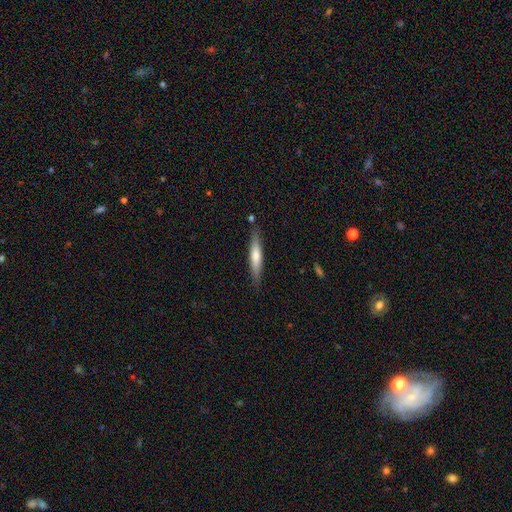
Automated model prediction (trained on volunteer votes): The model was most divided on "smooth or featured": smooth: 53%, featured or disk: 41%, star or artifact: 6%. More confident: how rounded — cigar-shaped (90%); merging — none (86%).